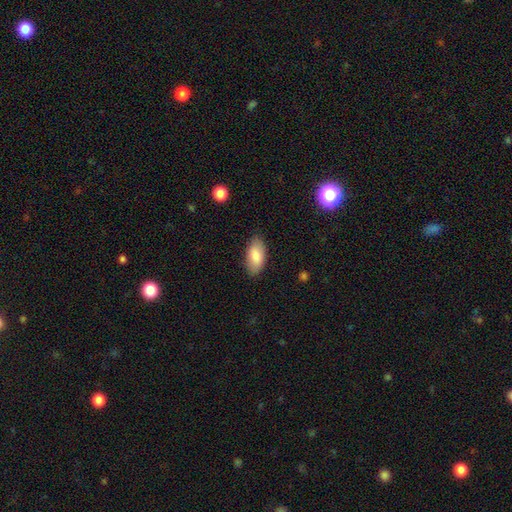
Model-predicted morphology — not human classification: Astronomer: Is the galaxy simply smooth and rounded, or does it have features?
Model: smooth — 83%.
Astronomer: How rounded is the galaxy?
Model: in between — 92%.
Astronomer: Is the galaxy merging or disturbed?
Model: none — 84%.